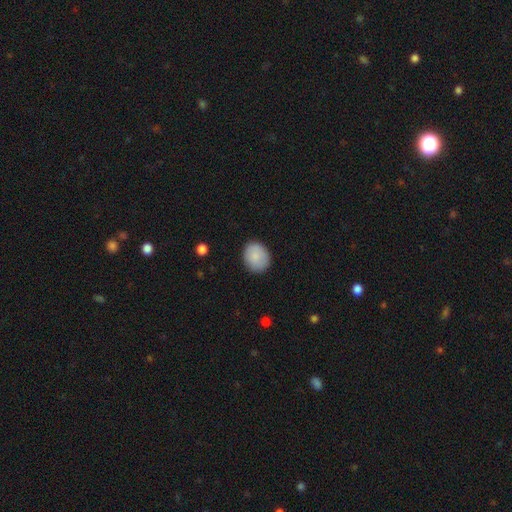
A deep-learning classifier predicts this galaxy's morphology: smooth_or_featured: smooth (p=0.87) [alt: featured or disk p=0.07]
how_rounded: round (p=0.62) [alt: in between p=0.37]
merging: none (p=0.87) [alt: minor disturbance p=0.10]